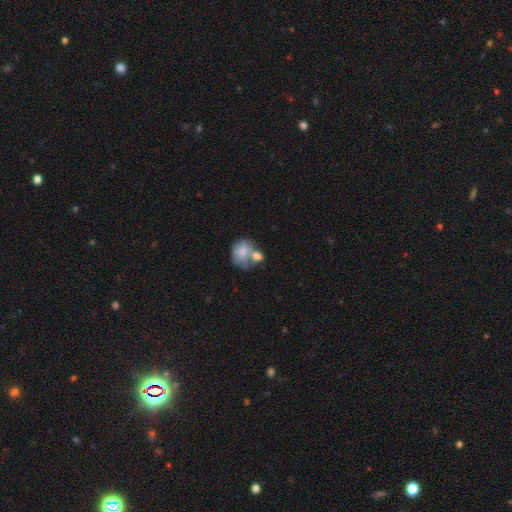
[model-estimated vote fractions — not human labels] Smooth or featured?
  - smooth: 71% *
  - featured or disk: 22%
  - star or artifact: 7%
How rounded?
  - round: 54% *
  - in between: 45%
  - cigar-shaped: 1%
Merging?
  - merger: 54% *
  - none: 25%
  - minor disturbance: 13%
  - major disturbance: 7%